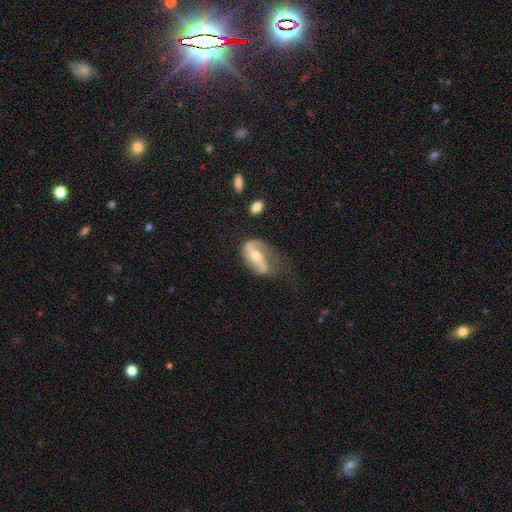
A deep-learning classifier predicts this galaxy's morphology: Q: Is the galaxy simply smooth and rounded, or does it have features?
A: featured or disk — 74%.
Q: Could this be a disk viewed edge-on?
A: no — 93%.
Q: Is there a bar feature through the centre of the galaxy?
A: strong — 39%.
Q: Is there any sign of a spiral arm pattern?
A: yes — 85%.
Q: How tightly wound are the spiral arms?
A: loose — 62%.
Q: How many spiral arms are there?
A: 2 — 76%.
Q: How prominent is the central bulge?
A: moderate — 57%.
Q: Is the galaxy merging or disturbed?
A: none — 40%.